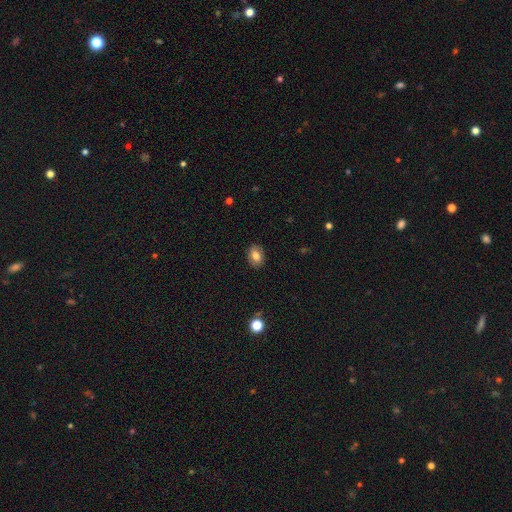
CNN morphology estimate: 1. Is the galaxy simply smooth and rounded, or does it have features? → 80% smooth, 10% featured or disk, 9% star or artifact.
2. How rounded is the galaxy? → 72% in between, 27% round, 1% cigar-shaped.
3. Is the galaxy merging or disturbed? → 88% none, 9% minor disturbance, 2% major disturbance, 1% merger.